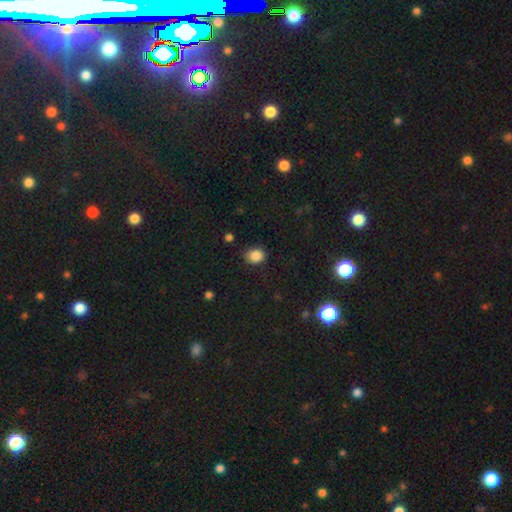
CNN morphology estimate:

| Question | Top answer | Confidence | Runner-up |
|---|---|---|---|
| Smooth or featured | smooth | 86% | star or artifact (10%) |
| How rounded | round | 53% | in between (46%) |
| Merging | none | 77% | minor disturbance (18%) |